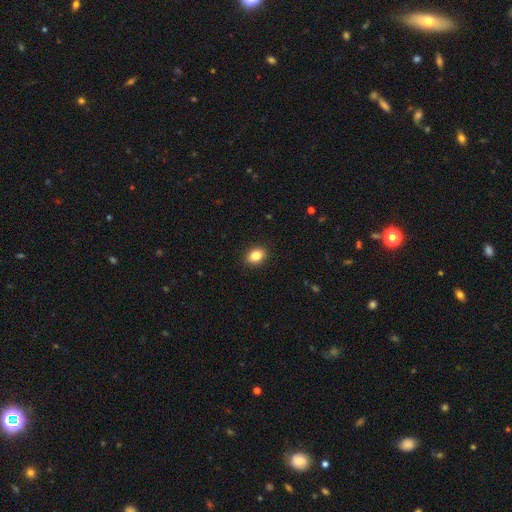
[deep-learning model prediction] This is clearly a smooth galaxy (84%). How rounded: likely in between (67%). Merging: clearly none (90%).